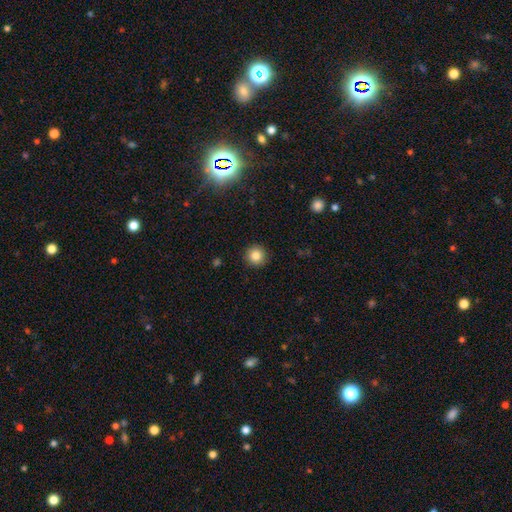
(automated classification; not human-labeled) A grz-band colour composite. It shows a smooth galaxy with no disk features (83%) that is round (95%). Merging: none (92%).